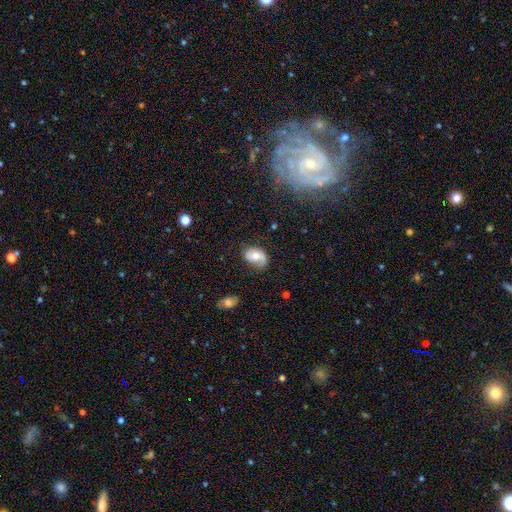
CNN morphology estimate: type=smooth (50%); roundness=in between (79%); merging=none (53%).